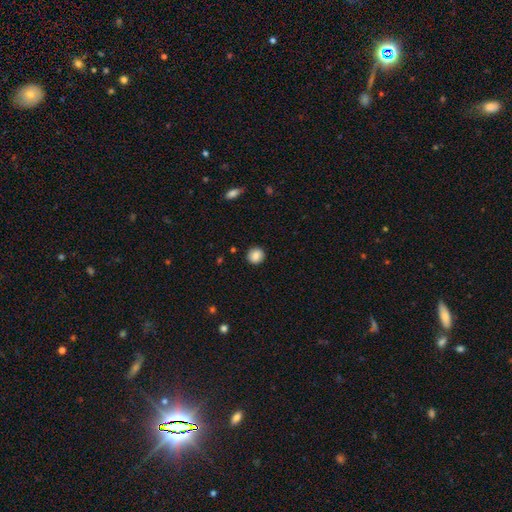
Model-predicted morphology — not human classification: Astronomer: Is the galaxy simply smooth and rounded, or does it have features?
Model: smooth — 87%.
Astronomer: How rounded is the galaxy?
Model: round — 89%.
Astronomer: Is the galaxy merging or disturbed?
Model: none — 90%.